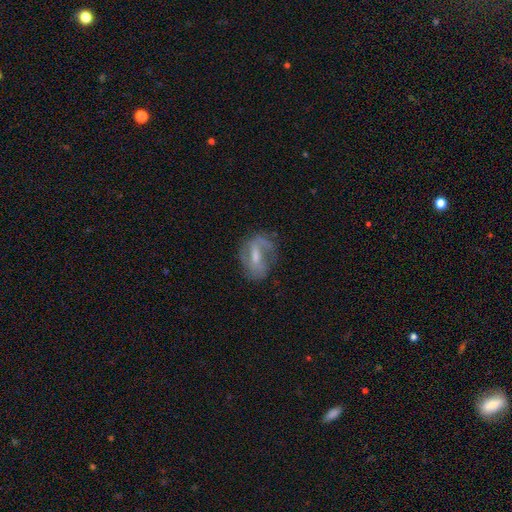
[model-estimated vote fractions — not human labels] This is likely a featured or disk galaxy (72%). It is clearly not viewed edge-on (95%). Bar: possibly weak (48%). Spiral arm pattern: clearly yes (83%). Spiral arm count: likely 2 (61%). Spiral winding: marginally medium (44%). Central bulge: marginally moderate (43%). Merging: likely none (61%).